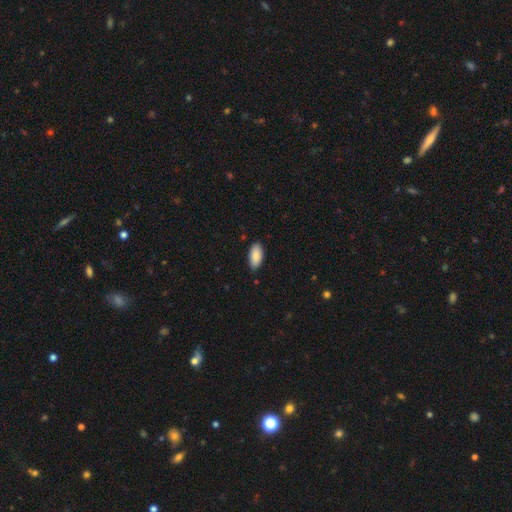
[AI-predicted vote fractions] Overall: smooth (89%). How rounded: in between (92%). Merging: none (86%).